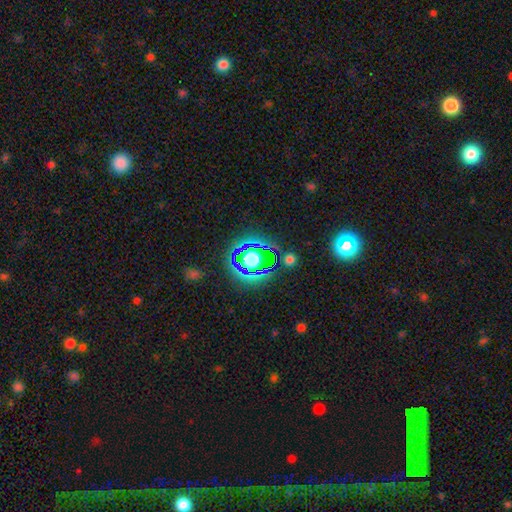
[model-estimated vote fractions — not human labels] smooth-or-featured: star or artifact: 77% | smooth: 14% | featured or disk: 9%